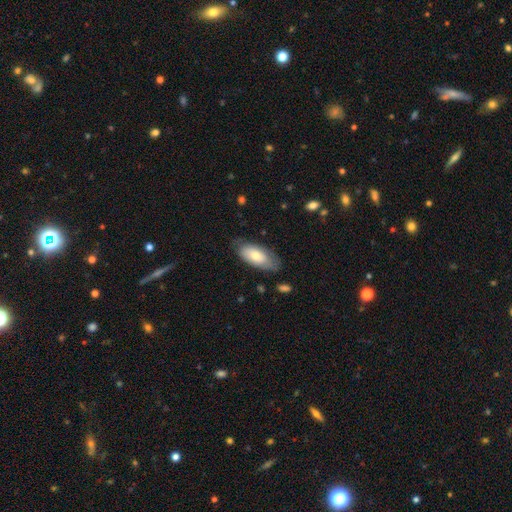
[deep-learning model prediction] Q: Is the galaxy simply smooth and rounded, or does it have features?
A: smooth — 68%.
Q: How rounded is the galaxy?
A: in between — 89%.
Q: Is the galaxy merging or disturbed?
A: none — 72%.